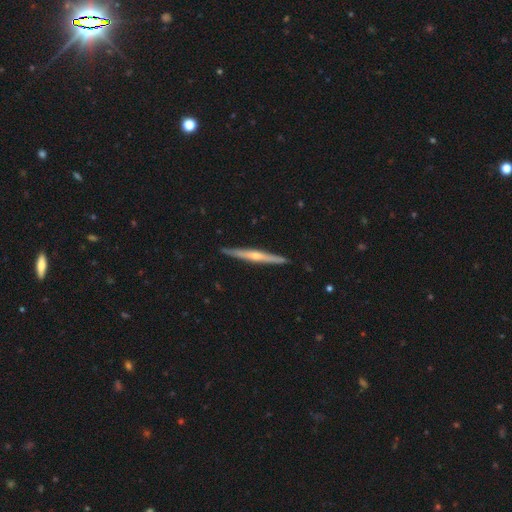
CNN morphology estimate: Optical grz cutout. It shows a featured or disk galaxy (73%) viewed edge-on (98%) with a rounded central bulge (81%). Merging: none (91%).